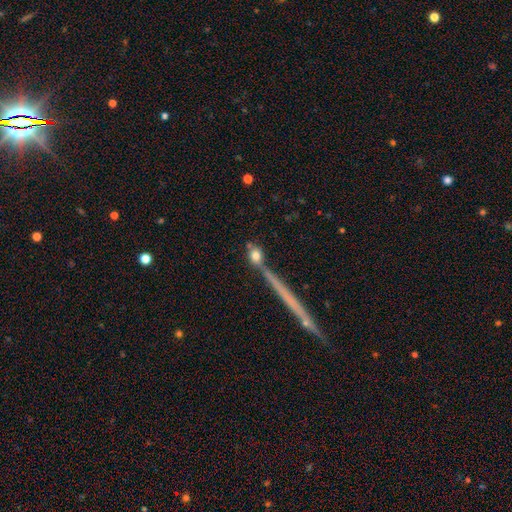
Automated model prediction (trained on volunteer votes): The model was most divided on "how rounded": round: 61%, in between: 24%, cigar-shaped: 14%. More confident: smooth or featured — smooth (70%); merging — none (62%).